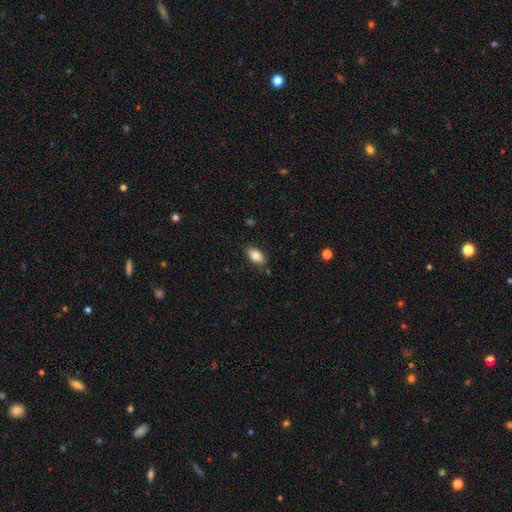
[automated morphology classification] smooth 81%, featured or disk 12%, star or artifact 8%. Down the decision tree: how rounded — in between (91%); merging — none (82%).